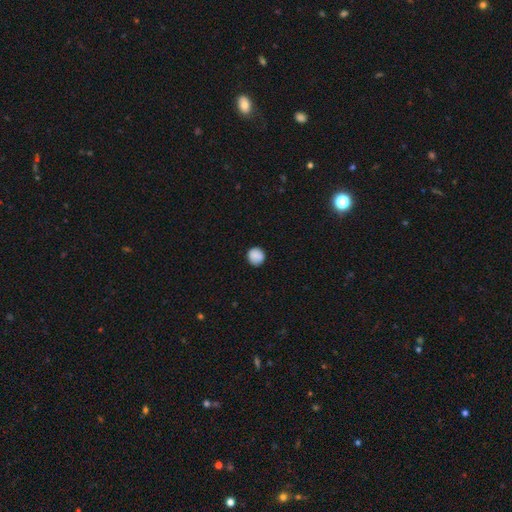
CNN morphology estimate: Smooth or featured? smooth (89%)
How rounded? round (93%)
Merging? none (90%)